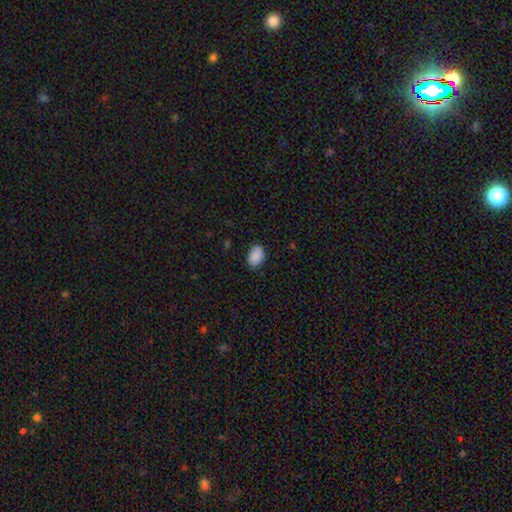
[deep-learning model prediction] smooth-or-featured: smooth: 89% | star or artifact: 8% | featured or disk: 4%
  how-rounded: in between: 80% | round: 19% | cigar-shaped: 1%
  merging: none: 80% | minor disturbance: 16% | major disturbance: 3% | merger: 1%